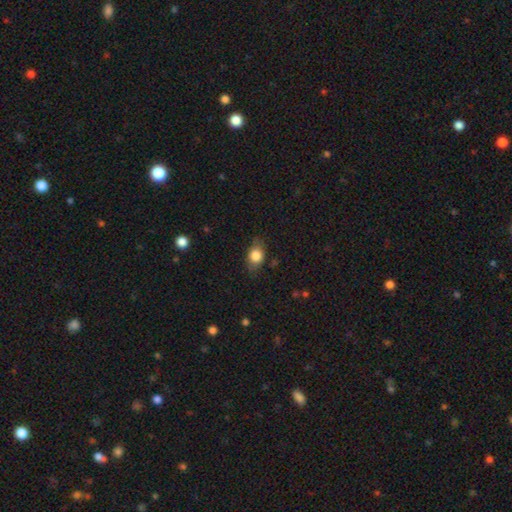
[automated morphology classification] Overall: smooth (80%). How rounded: in between (70%). Merging: none (76%).